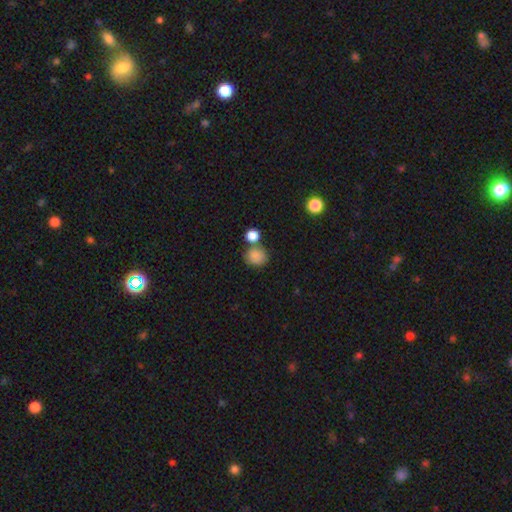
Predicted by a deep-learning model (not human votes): Overall: smooth (83%). How rounded: round (77%). Merging: none (59%; merger 23%).